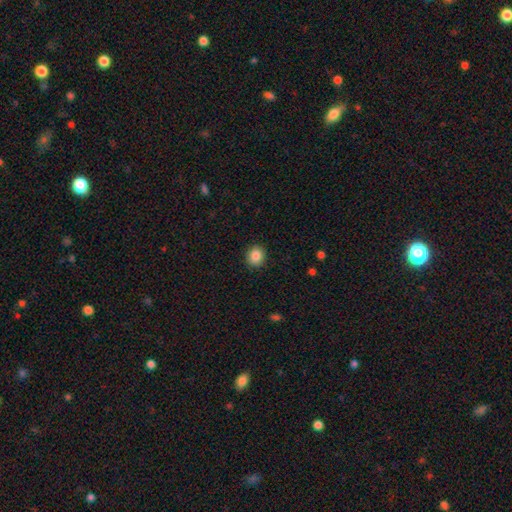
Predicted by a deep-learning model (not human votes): Q: Smooth or featured?
A: smooth (86%); runner-up: star or artifact (9%)
Q: How rounded?
A: round (77%); runner-up: in between (22%)
Q: Merging?
A: none (91%); runner-up: minor disturbance (6%)